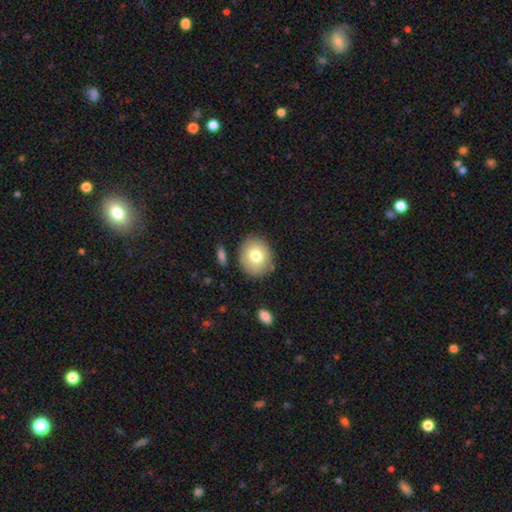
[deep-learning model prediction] A smooth galaxy with no disk features (76%) that is round (69%). Merging: none (82%).